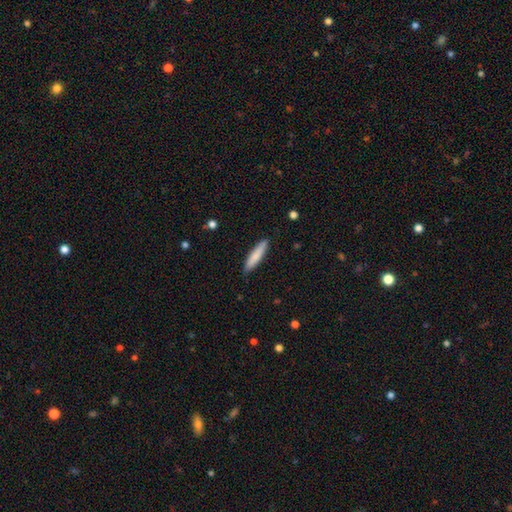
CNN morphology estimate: Smooth or featured: smooth — 76% (featured or disk — 18%)
How rounded: cigar-shaped — 86% (in between — 12%)
Merging: none — 88% (minor disturbance — 9%)